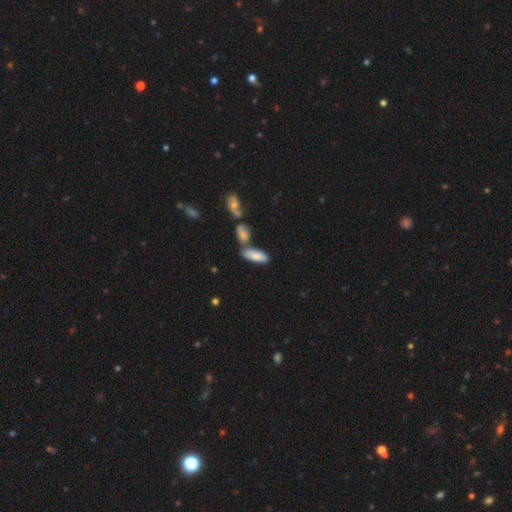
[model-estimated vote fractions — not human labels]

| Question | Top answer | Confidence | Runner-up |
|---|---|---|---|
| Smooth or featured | smooth | 80% | featured or disk (13%) |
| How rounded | in between | 72% | cigar-shaped (26%) |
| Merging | none | 50% | merger (30%) |